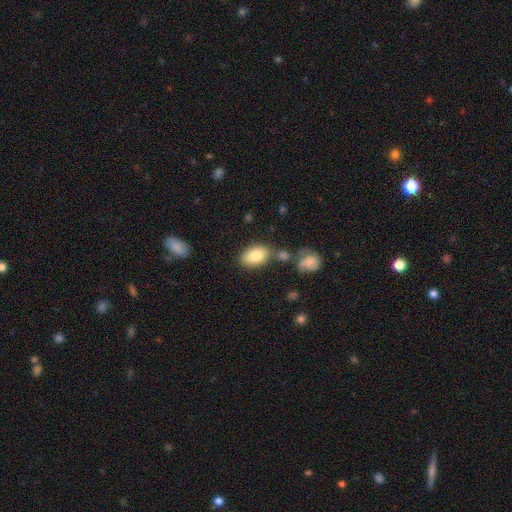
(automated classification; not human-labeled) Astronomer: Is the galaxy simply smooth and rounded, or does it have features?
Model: smooth — 81%.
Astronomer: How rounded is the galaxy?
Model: in between — 89%.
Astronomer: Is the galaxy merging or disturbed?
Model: none — 68%.